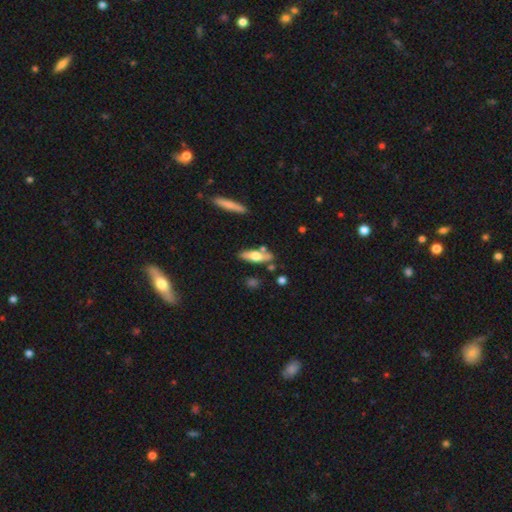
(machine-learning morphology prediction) Overall: smooth (55%; featured or disk 39%). How rounded: in between (53%; cigar-shaped 44%). Merging: none (70%).